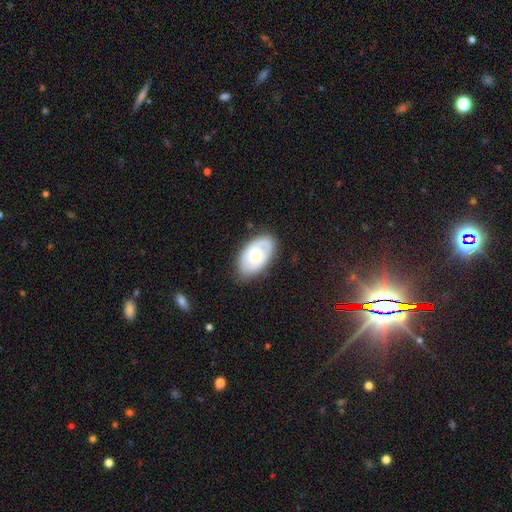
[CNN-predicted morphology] smooth_or_featured: smooth (p=0.50) [alt: featured or disk p=0.45]
merging: none (p=0.76) [alt: minor disturbance p=0.18]